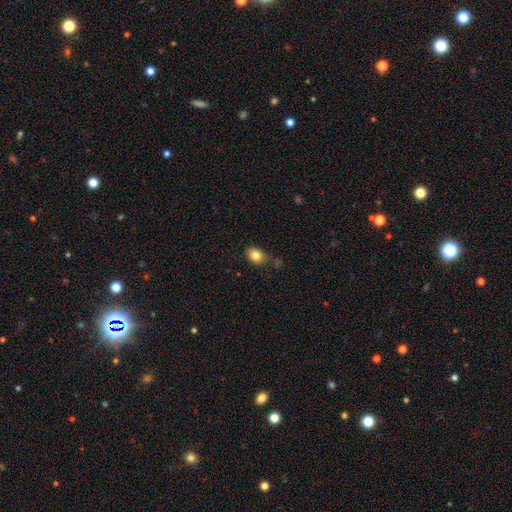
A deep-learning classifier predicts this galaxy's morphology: smooth-or-featured: smooth: 83% | star or artifact: 9% | featured or disk: 8%
  how-rounded: in between: 62% | round: 37% | cigar-shaped: 1%
  merging: none: 68% | minor disturbance: 21% | major disturbance: 6% | merger: 5%